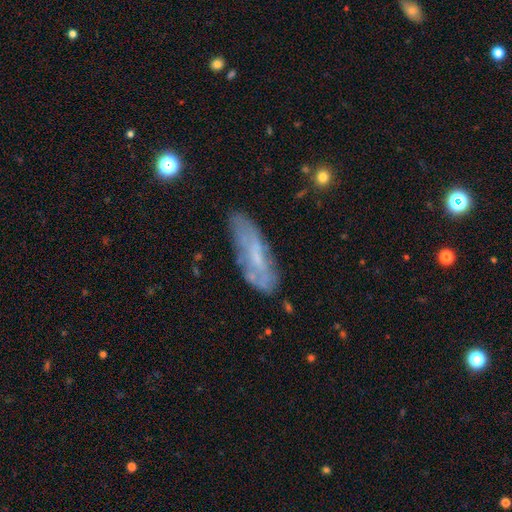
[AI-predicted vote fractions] Smooth or featured: featured or disk — 51% (smooth — 40%)
Edge-on disk: no — 74% (yes — 26%)
Merging: none — 63% (minor disturbance — 24%)